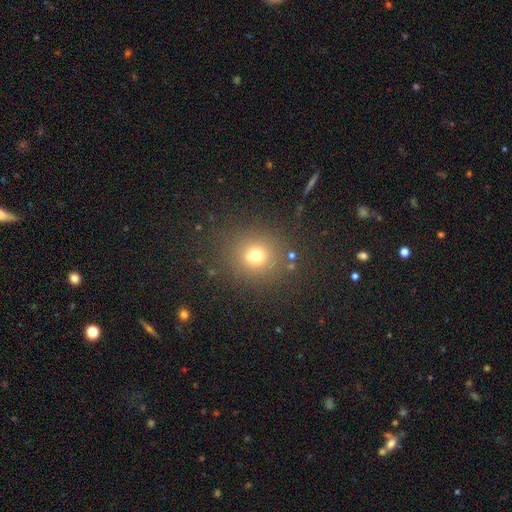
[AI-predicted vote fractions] Morphology: type=smooth (70%); roundness=round (88%); merging=none (84%).